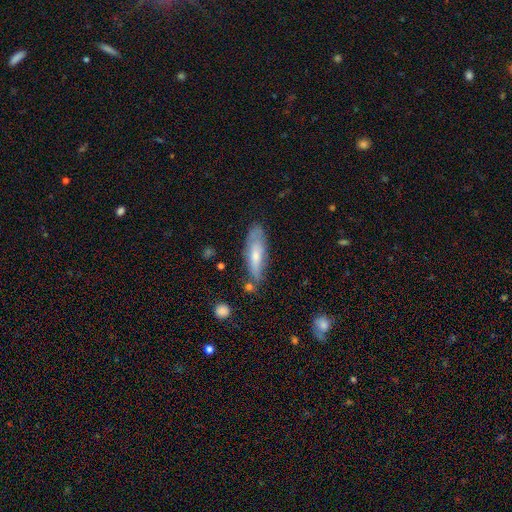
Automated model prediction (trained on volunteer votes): A smooth galaxy with no disk features (56%) that is cigar-shaped (52%). Merging: none (68%).